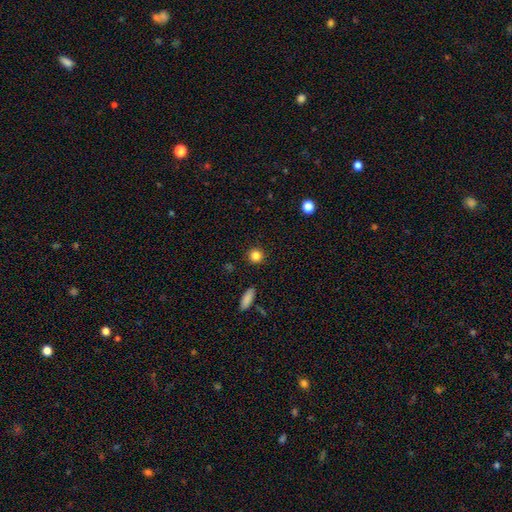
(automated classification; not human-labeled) Smooth or featured? Predicted: smooth (p=0.84). How rounded? Predicted: round (p=0.92). Merging? Predicted: none (p=0.90).